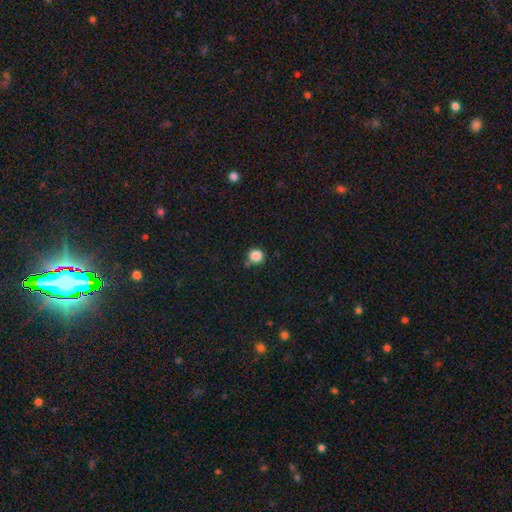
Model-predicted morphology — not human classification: Smooth or featured? smooth (86%)
How rounded? round (92%)
Merging? none (74%)